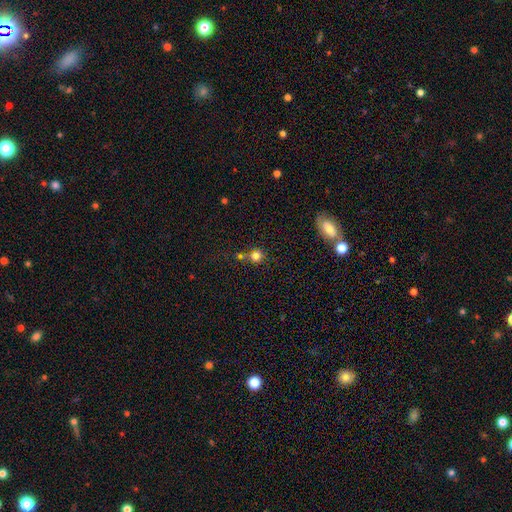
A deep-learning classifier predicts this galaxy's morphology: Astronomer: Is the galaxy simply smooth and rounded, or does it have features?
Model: smooth — 77%.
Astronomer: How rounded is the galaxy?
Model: round — 86%.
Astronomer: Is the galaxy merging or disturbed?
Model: none — 51% (runner-up: merger, 31%).